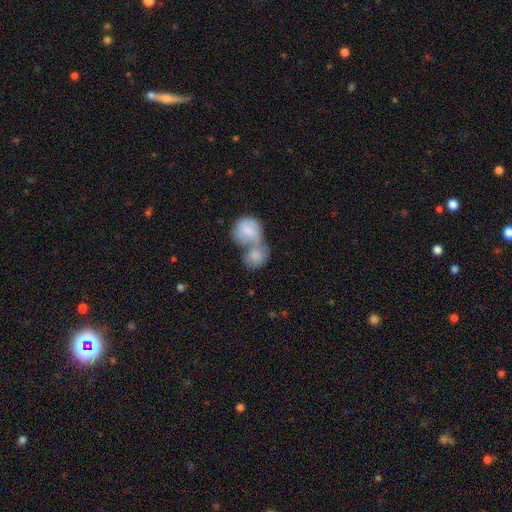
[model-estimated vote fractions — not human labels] A smooth galaxy with no disk features (81%) that is round (65%).

Vote fractions:
- Smooth or featured? smooth: 81% / featured or disk: 14% / star or artifact: 6%
- How rounded? round: 65% / in between: 34% / cigar-shaped: 2%
- Merging? merger: 77% / none: 14% / minor disturbance: 5% / major disturbance: 4%